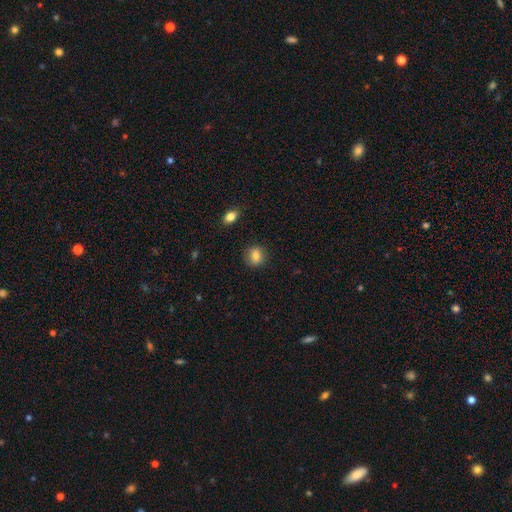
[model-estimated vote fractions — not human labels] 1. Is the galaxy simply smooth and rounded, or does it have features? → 82% smooth, 10% star or artifact, 8% featured or disk.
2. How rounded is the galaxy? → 75% round, 23% in between, 1% cigar-shaped.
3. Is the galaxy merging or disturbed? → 85% none, 11% minor disturbance, 3% major disturbance, 1% merger.